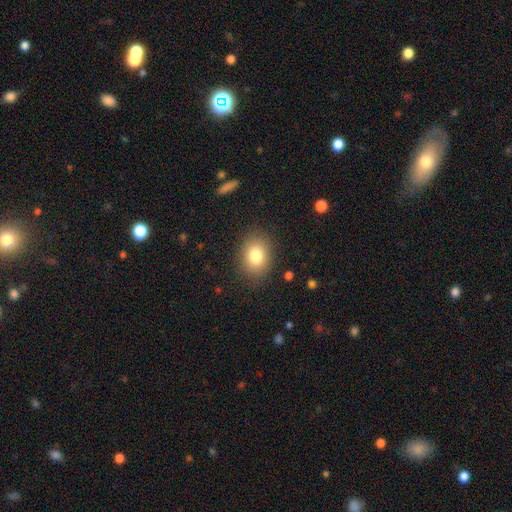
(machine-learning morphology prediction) This is clearly a smooth galaxy (81%). How rounded: likely in between (61%). Merging: clearly none (85%).